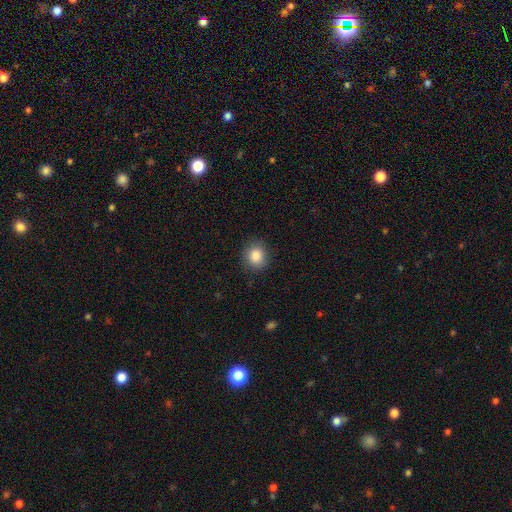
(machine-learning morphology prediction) type=smooth (86%); roundness=round (78%); merging=none (85%).